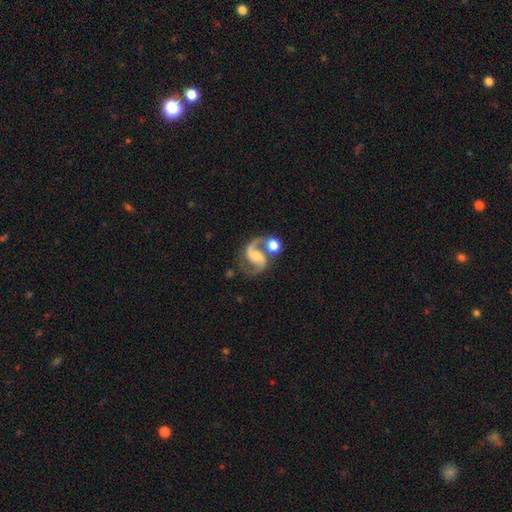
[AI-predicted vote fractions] Smooth or featured?
  - featured or disk: 89% *
  - smooth: 6%
  - star or artifact: 5%
Edge-on disk?
  - no: 98% *
  - yes: 2%
Bar?
  - weak: 41% *
  - no: 37%
  - strong: 22%
Spiral arms?
  - yes: 98% *
  - no: 2%
Spiral winding?
  - medium: 58% *
  - loose: 31%
  - tight: 11%
Spiral arm count?
  - 2: 93% *
  - 1: 2%
  - can't tell: 2%
  - 3: 1%
  - 4: 1%
  - more than 4: 1%
Bulge size?
  - moderate: 46% *
  - small: 37%
  - large: 8%
  - none: 7%
  - dominant: 2%
Merging?
  - none: 58% *
  - merger: 21%
  - minor disturbance: 13%
  - major disturbance: 8%